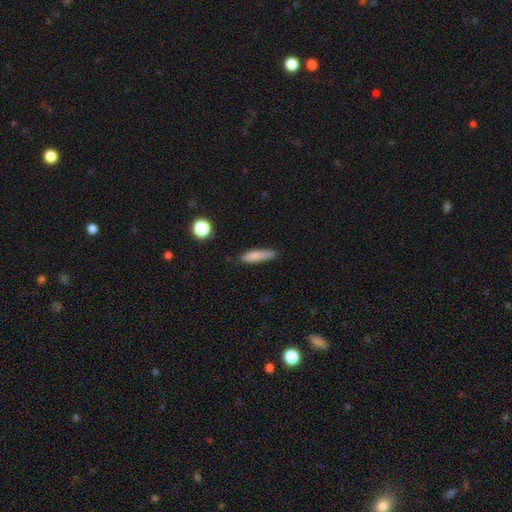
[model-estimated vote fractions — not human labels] A smooth galaxy with no disk features (81%) that is cigar-shaped (79%).

Vote fractions:
- Smooth or featured? smooth: 81% / featured or disk: 11% / star or artifact: 8%
- How rounded? cigar-shaped: 79% / in between: 19% / round: 2%
- Merging? none: 74% / minor disturbance: 20% / major disturbance: 4% / merger: 2%